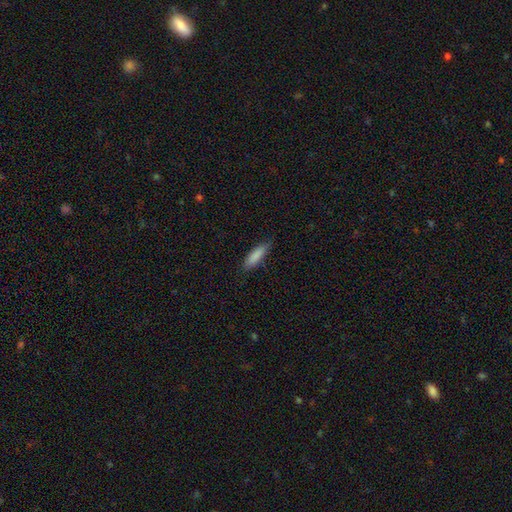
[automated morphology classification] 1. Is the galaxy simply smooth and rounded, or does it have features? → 86% smooth, 8% featured or disk, 6% star or artifact.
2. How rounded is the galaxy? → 60% cigar-shaped, 39% in between, 1% round.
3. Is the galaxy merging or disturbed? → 76% none, 19% minor disturbance, 3% major disturbance, 1% merger.